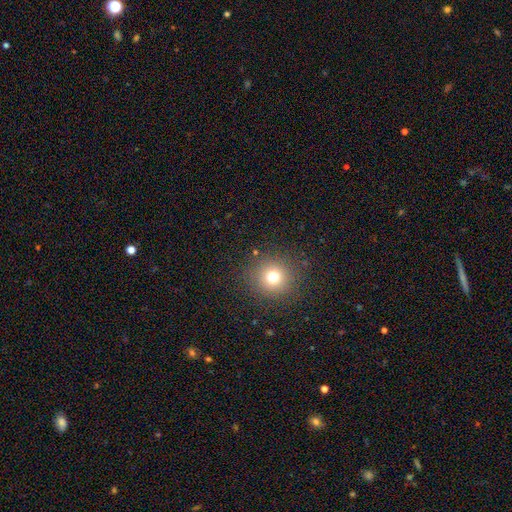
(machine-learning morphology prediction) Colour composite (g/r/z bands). It shows a smooth galaxy with no disk features (69%) that is round (93%). Merging: none (92%).